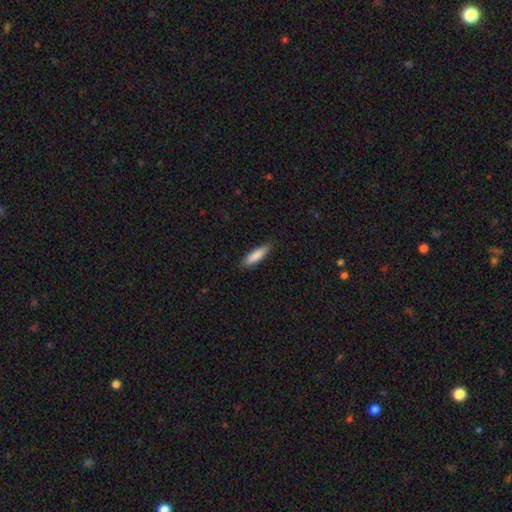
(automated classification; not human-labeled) smooth 85%, featured or disk 9%, star or artifact 6%. Down the decision tree: how rounded — cigar-shaped (59%); merging — none (81%).